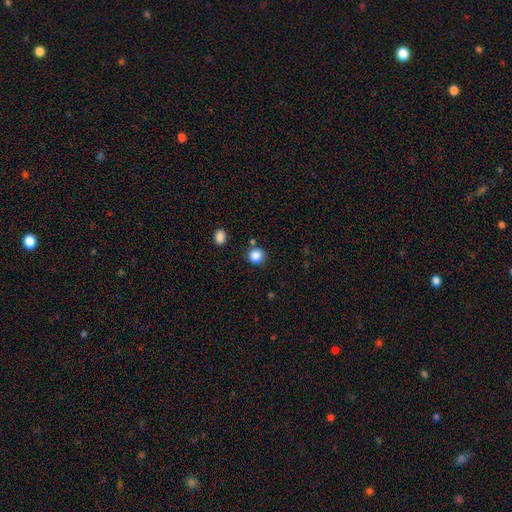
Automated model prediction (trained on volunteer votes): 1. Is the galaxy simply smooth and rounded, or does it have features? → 87% smooth, 10% star or artifact, 3% featured or disk.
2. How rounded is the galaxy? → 90% round, 9% in between, 1% cigar-shaped.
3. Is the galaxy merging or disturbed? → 81% none, 9% minor disturbance, 7% merger, 3% major disturbance.